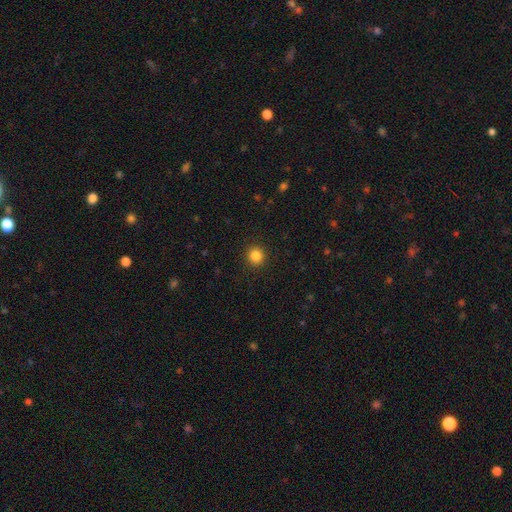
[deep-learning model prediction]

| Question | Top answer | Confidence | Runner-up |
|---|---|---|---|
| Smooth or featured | smooth | 85% | star or artifact (11%) |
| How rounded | round | 91% | in between (8%) |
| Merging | none | 92% | minor disturbance (5%) |